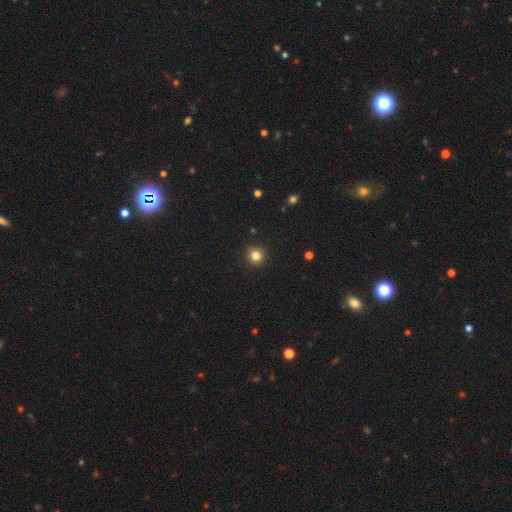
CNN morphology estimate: This is clearly a smooth galaxy (82%). How rounded: clearly round (95%). Merging: clearly none (92%).